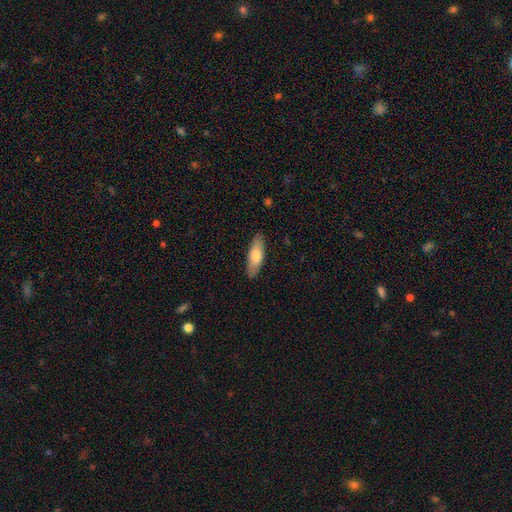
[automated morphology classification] A smooth galaxy with no disk features (71%) that is in between round and cigar-shaped (61%). Merging: none (87%).